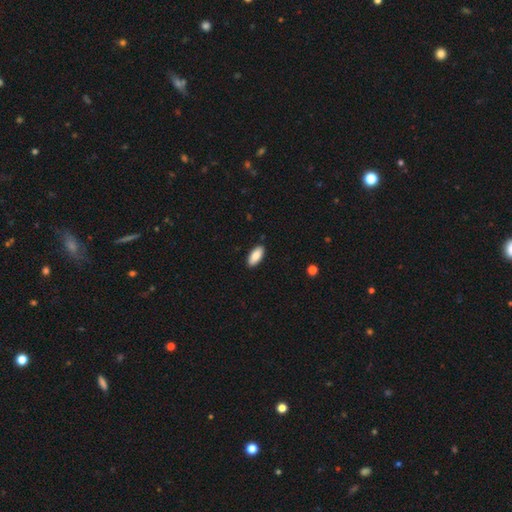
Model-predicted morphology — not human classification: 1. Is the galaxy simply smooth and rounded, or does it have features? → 85% smooth, 9% featured or disk, 6% star or artifact.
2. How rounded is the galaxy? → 86% in between, 12% cigar-shaped, 2% round.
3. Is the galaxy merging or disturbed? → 90% none, 7% minor disturbance, 2% major disturbance, 1% merger.